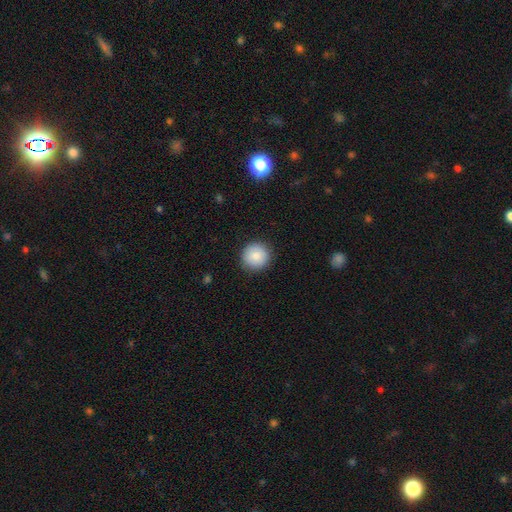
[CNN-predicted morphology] The model was most divided on "smooth or featured": smooth: 87%, star or artifact: 7%, featured or disk: 6%. More confident: how rounded — round (95%); merging — none (90%).